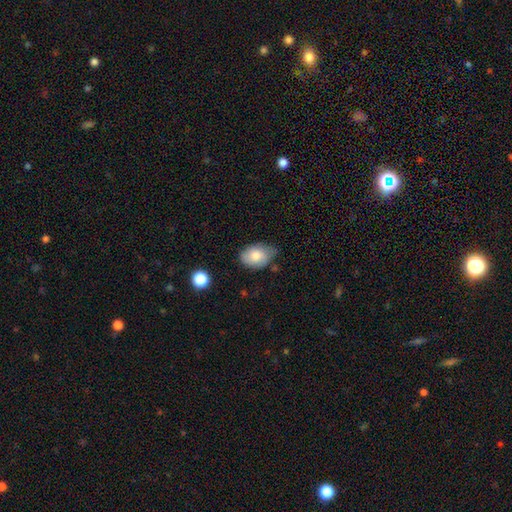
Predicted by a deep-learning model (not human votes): Smooth or featured: smooth — 77% (featured or disk — 16%)
How rounded: in between — 76% (round — 23%)
Merging: none — 52% (minor disturbance — 38%)